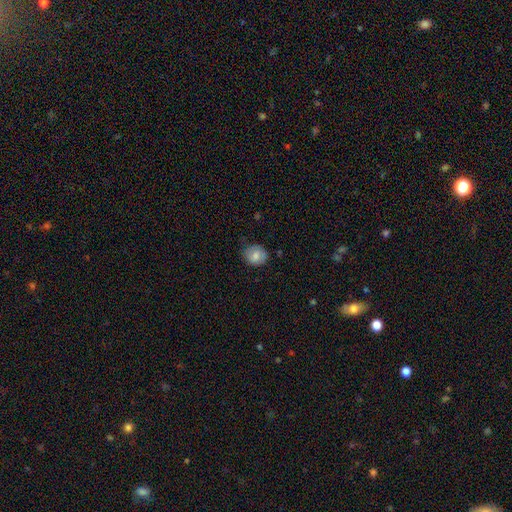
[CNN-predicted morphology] smooth 77%, featured or disk 15%, star or artifact 8%. Down the decision tree: how rounded — round (70%); merging — none (74%).